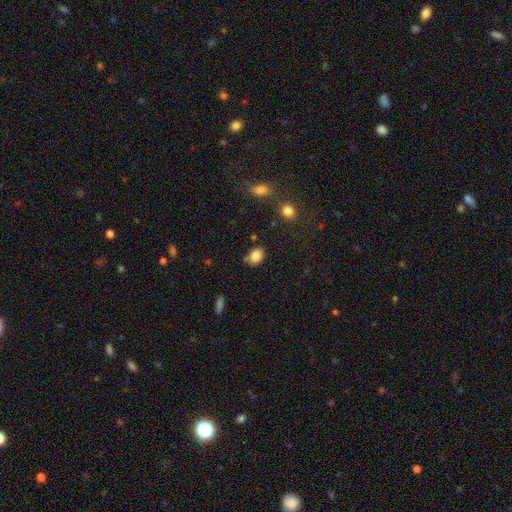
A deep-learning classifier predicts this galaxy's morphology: The model was most divided on "how rounded": in between: 69%, round: 30%, cigar-shaped: 1%. More confident: smooth or featured — smooth (85%); merging — none (69%).